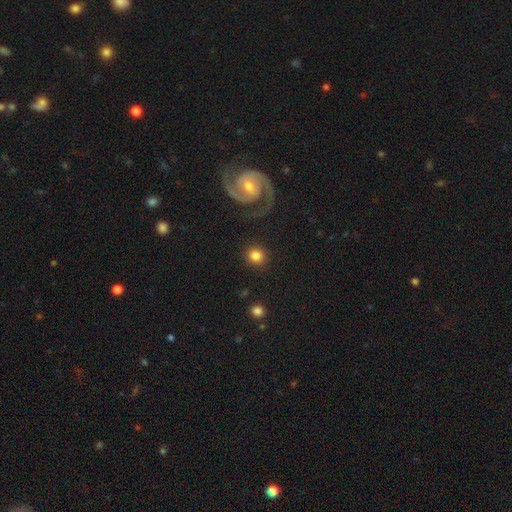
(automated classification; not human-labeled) Q: Smooth or featured?
A: smooth (79%); runner-up: featured or disk (13%)
Q: How rounded?
A: round (90%); runner-up: in between (9%)
Q: Merging?
A: none (87%); runner-up: minor disturbance (6%)